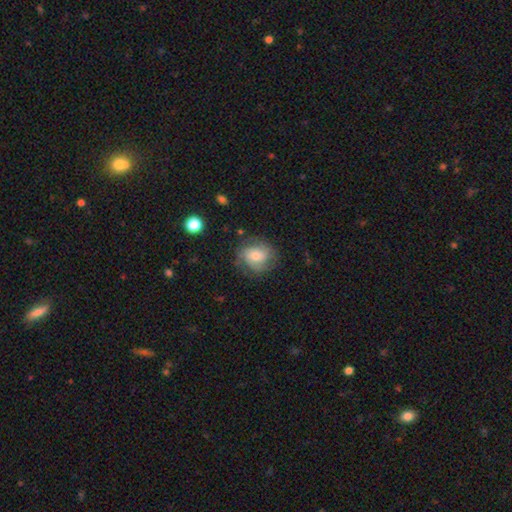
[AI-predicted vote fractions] featured or disk 53%, smooth 39%, star or artifact 8%. Down the decision tree: edge-on disk — no (97%); bar — no (67%); spiral arms — yes (84%); bulge size — moderate (53%); merging — none (70%).